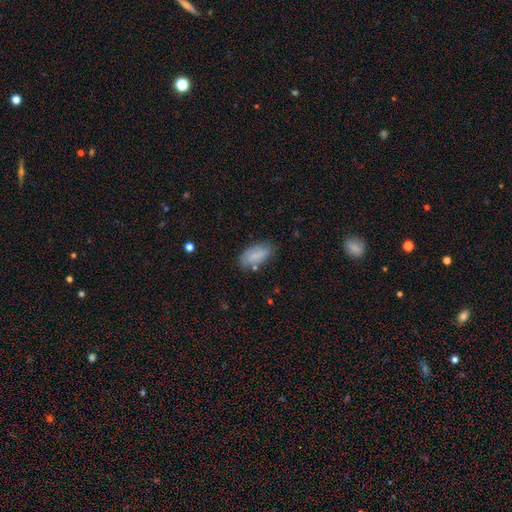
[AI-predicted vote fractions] Overall: smooth (79%). How rounded: in between (91%). Merging: none (71%).